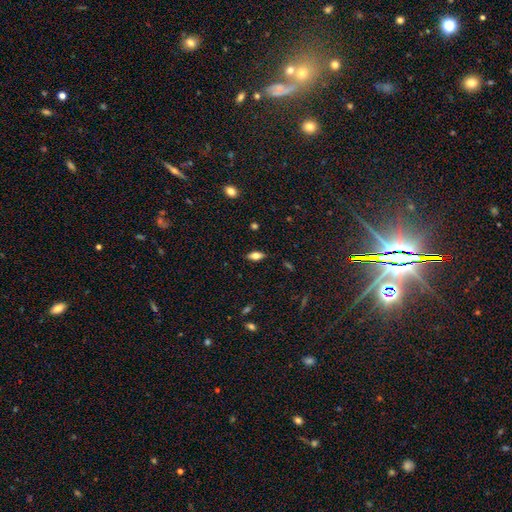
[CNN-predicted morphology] A smooth galaxy with no disk features (63%) that is in between round and cigar-shaped (77%).

Vote fractions:
- Smooth or featured? smooth: 63% / featured or disk: 27% / star or artifact: 10%
- How rounded? in between: 77% / cigar-shaped: 19% / round: 4%
- Merging? none: 86% / minor disturbance: 11% / major disturbance: 3% / merger: 1%